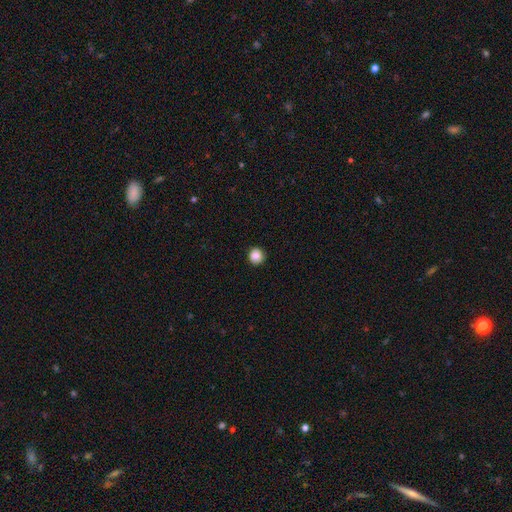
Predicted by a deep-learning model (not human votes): Overall: smooth (86%). How rounded: round (94%). Merging: none (92%).